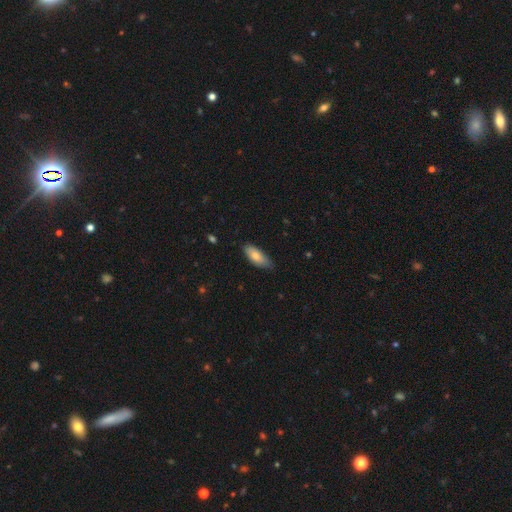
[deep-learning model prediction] Q: Smooth or featured?
A: smooth (79%); runner-up: featured or disk (14%)
Q: How rounded?
A: in between (79%); runner-up: cigar-shaped (19%)
Q: Merging?
A: none (74%); runner-up: minor disturbance (22%)